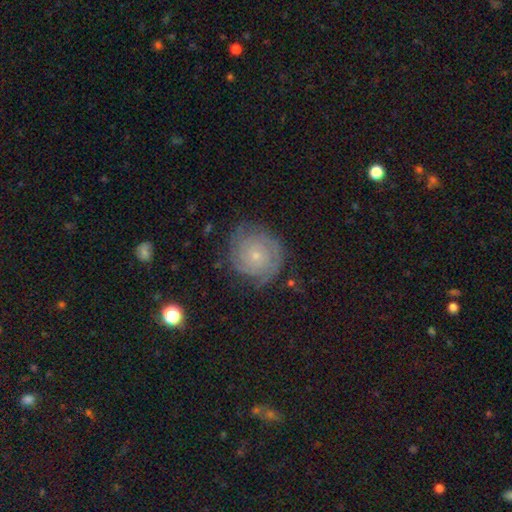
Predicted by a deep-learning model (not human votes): smooth-or-featured: featured or disk: 75% | smooth: 15% | star or artifact: 10%
  disk-edge-on: no: 98% | yes: 2%
    bar: no: 82% | weak: 15% | strong: 3%
    has-spiral-arms: yes: 94% | no: 6%
      spiral-winding: tight: 79% | medium: 17% | loose: 4%
      spiral-arm-count: 2: 36% | can't tell: 29% | 3: 17% | 4: 7% | 1: 6% | more than 4: 6%
    bulge-size: small: 79% | moderate: 16% | none: 3% | large: 1% | dominant: 1%
  merging: none: 79% | minor disturbance: 15% | major disturbance: 5% | merger: 1%